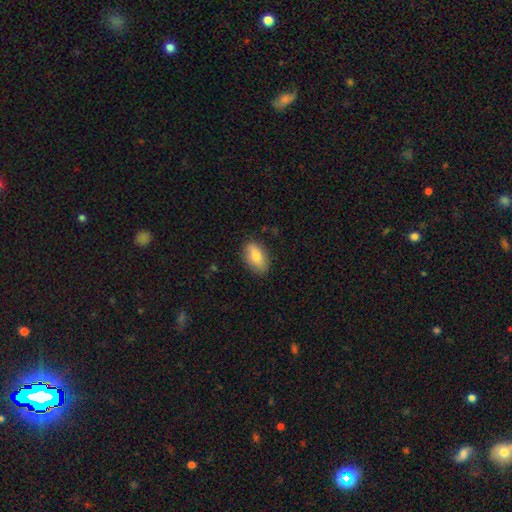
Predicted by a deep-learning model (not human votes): smooth 80%, featured or disk 13%, star or artifact 7%. Down the decision tree: how rounded — in between (90%); merging — none (84%).